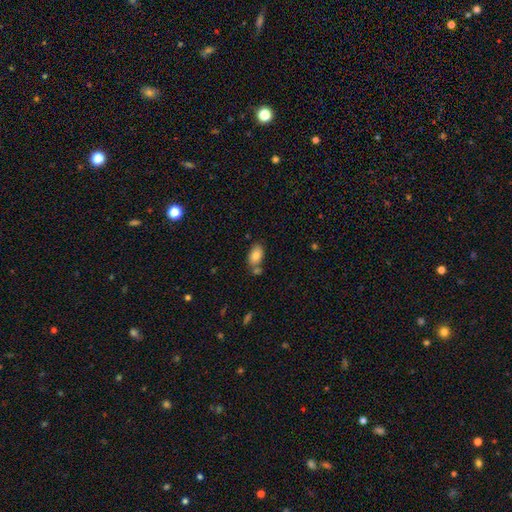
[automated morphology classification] smooth-or-featured: smooth: 82% | featured or disk: 10% | star or artifact: 8%
  how-rounded: in between: 91% | round: 7% | cigar-shaped: 2%
  merging: none: 63% | merger: 19% | minor disturbance: 14% | major disturbance: 4%